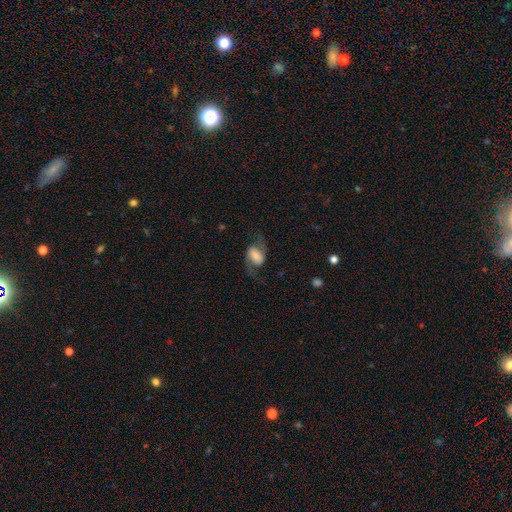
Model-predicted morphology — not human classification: A featured or disk galaxy (64%) with a weak bar (40%), 2 (91%) loose (59%) spiral arms (91%) and a moderate central bulge (28%, tied with small).

Vote fractions:
- Smooth or featured? featured or disk: 64% / smooth: 28% / star or artifact: 8%
- Edge-on disk? no: 96% / yes: 4%
- Bar? weak: 40% / no: 34% / strong: 26%
- Spiral arms? yes: 91% / no: 9%
- Spiral winding? loose: 59% / medium: 34% / tight: 7%
- Spiral arm count? 2: 91% / can't tell: 3% / 1: 3% / 3: 1% / 4: 1% / more than 4: 1%
- Bulge size? moderate: 28% (tied) / small: 28% (tied) / large: 22% / none: 11% / dominant: 10%
- Merging? none: 66% / minor disturbance: 16% / major disturbance: 16% / merger: 2%